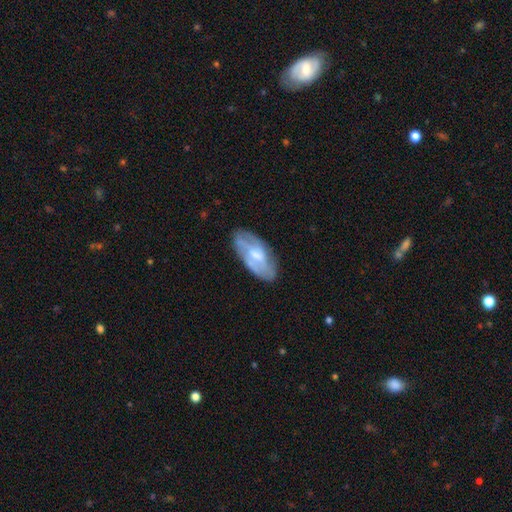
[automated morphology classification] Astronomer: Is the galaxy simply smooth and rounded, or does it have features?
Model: featured or disk — 61%.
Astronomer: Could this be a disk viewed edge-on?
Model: no — 91%.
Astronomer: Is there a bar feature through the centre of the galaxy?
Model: weak — 46% (runner-up: no, 40%).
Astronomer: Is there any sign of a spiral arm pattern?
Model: yes — 73%.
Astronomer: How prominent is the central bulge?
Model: moderate — 52% (runner-up: small, 34%).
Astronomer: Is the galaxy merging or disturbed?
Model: none — 72%.